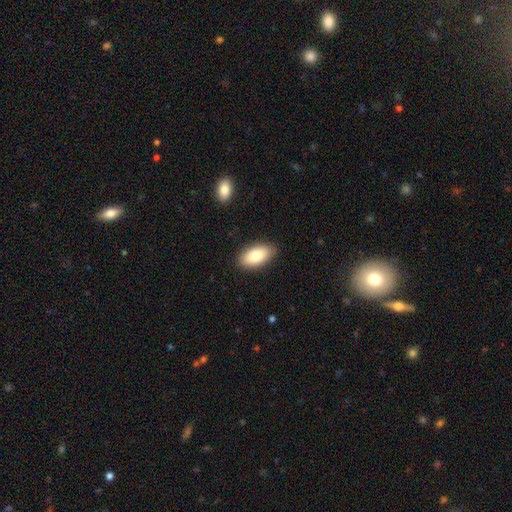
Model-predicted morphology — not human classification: Smooth or featured? smooth (82%)
How rounded? in between (93%)
Merging? none (88%)